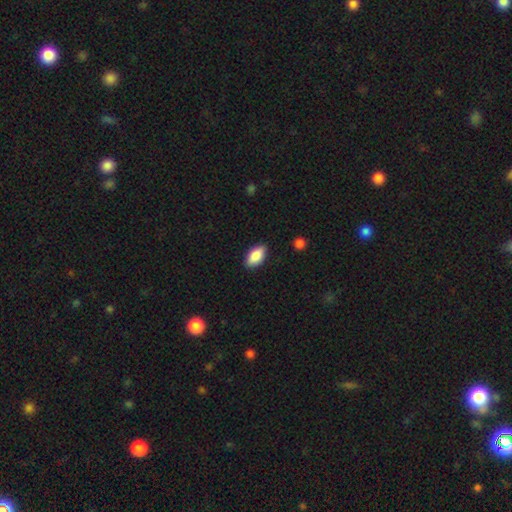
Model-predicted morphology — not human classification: smooth 85%, featured or disk 8%, star or artifact 7%. Down the decision tree: how rounded — in between (92%); merging — none (87%).